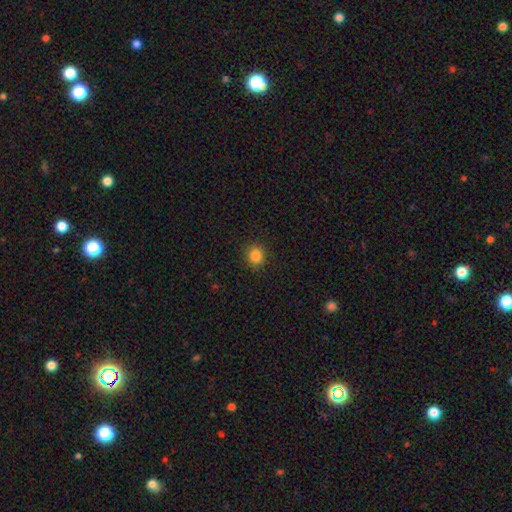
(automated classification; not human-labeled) Morphology: type=smooth (83%); roundness=round (83%); merging=none (90%).